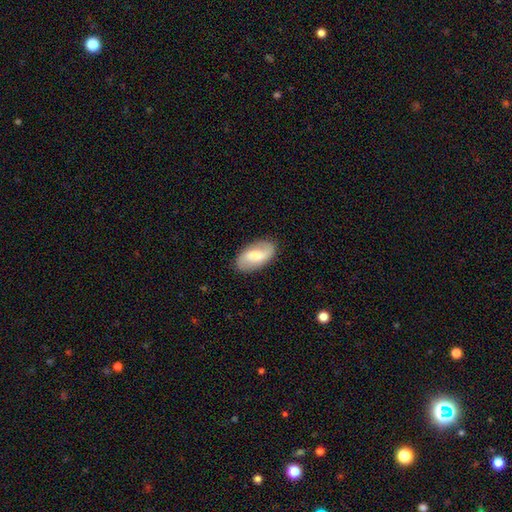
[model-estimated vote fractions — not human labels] smooth 52%, featured or disk 42%, star or artifact 6%. Down the decision tree: how rounded — in between (94%); merging — none (85%).